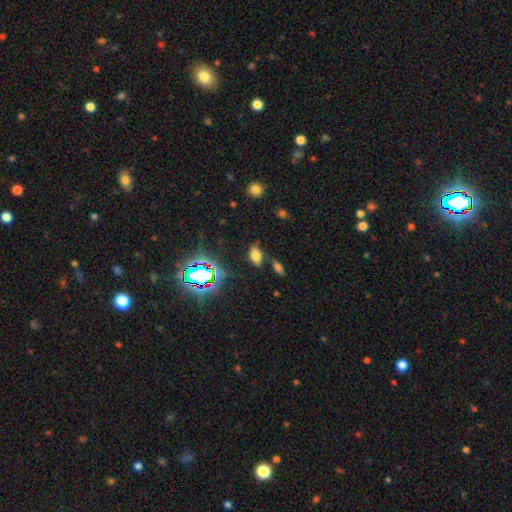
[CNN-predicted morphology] smooth_or_featured: smooth (p=0.63) [alt: star or artifact p=0.24]
how_rounded: in between (p=0.88) [alt: round p=0.08]
merging: none (p=0.70) [alt: minor disturbance p=0.15]